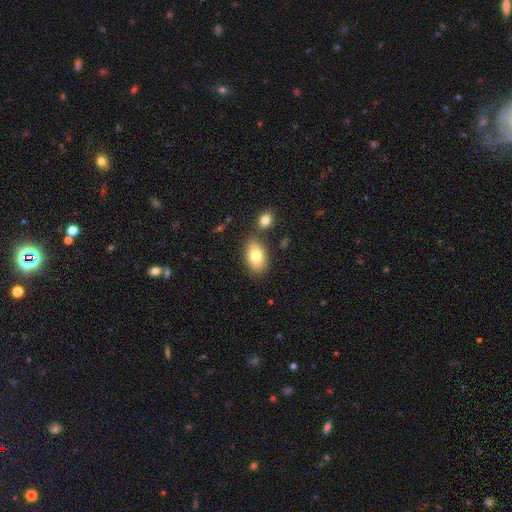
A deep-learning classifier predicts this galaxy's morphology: This appears to be a smooth galaxy with no disk features (79%) that is in between round and cigar-shaped (91%). Merging: none (77%).